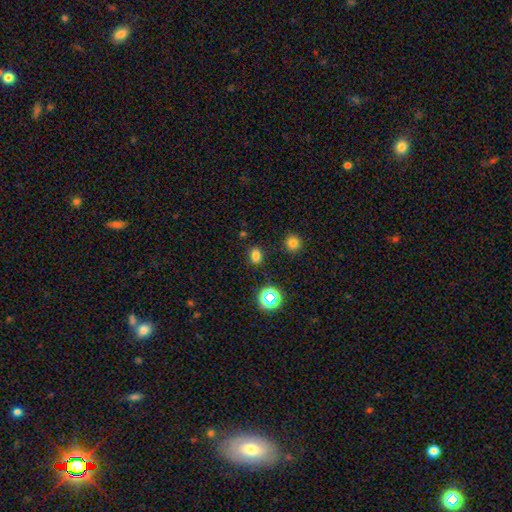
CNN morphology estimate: This appears to be a smooth galaxy with no disk features (74%) that is in between round and cigar-shaped (59%). Merging: none (83%).